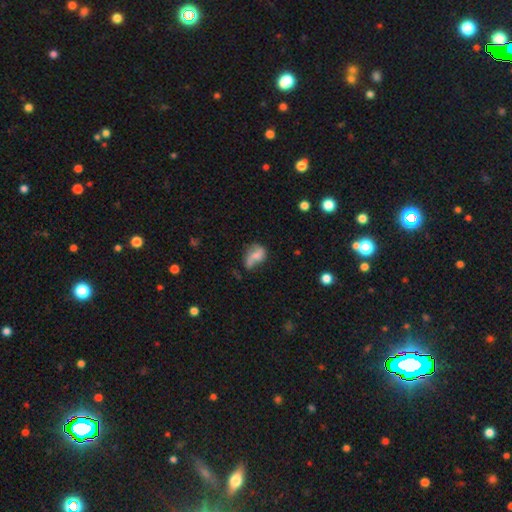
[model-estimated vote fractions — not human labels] This is possibly a smooth galaxy (46%). Merging: marginally none (34%).